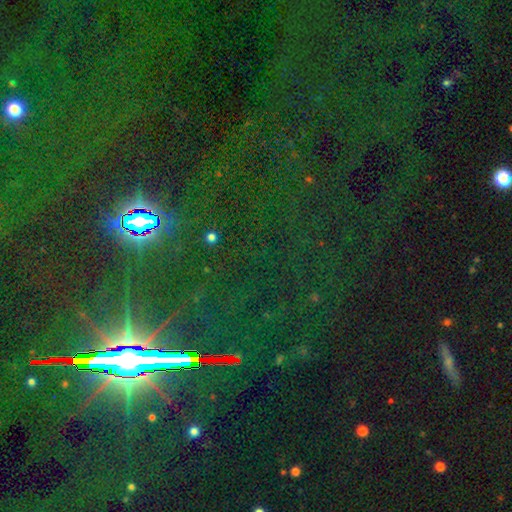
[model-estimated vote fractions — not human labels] Smooth or featured? Predicted: star or artifact (p=0.82).